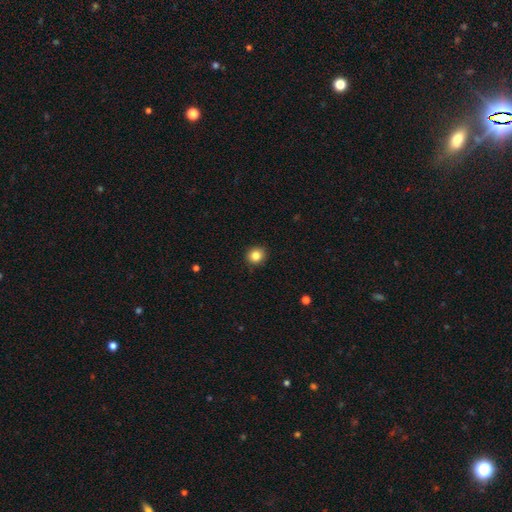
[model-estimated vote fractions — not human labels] Smooth or featured: smooth — 85% (star or artifact — 11%)
How rounded: round — 89% (in between — 10%)
Merging: none — 91% (minor disturbance — 6%)